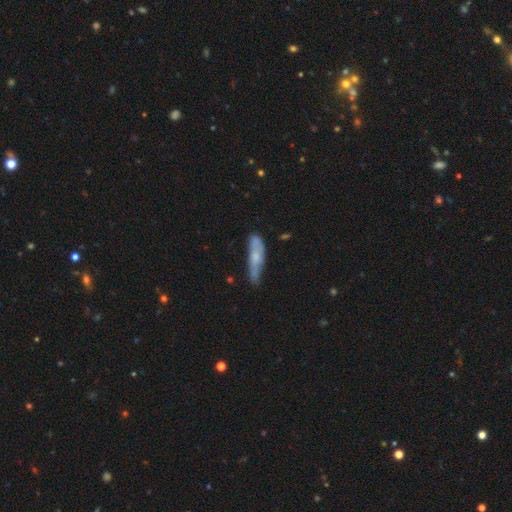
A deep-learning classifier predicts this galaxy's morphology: Overall: smooth (49%; featured or disk 44%). Merging: none (53%; minor disturbance 32%).